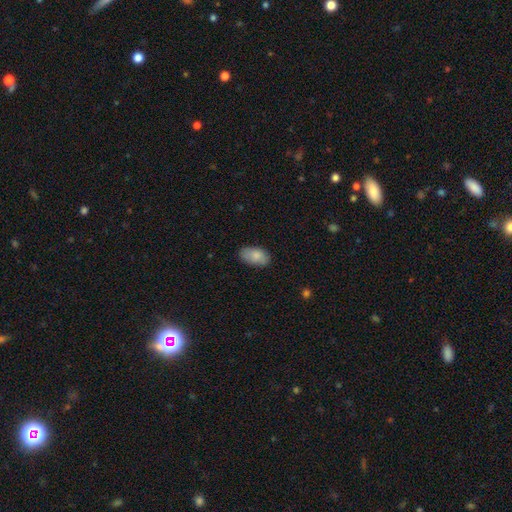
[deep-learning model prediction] smooth_or_featured: smooth (p=0.85) [alt: featured or disk p=0.08]
how_rounded: in between (p=0.94) [alt: round p=0.04]
merging: none (p=0.79) [alt: minor disturbance p=0.17]